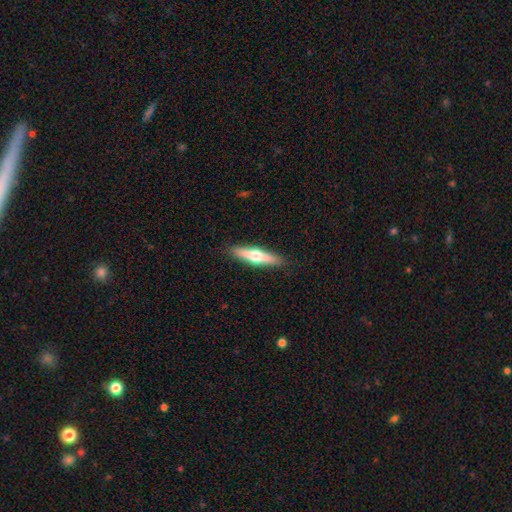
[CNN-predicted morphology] The model was most divided on "smooth or featured": featured or disk: 52%, smooth: 42%, star or artifact: 6%. More confident: edge-on disk — yes (94%); merging — none (90%).